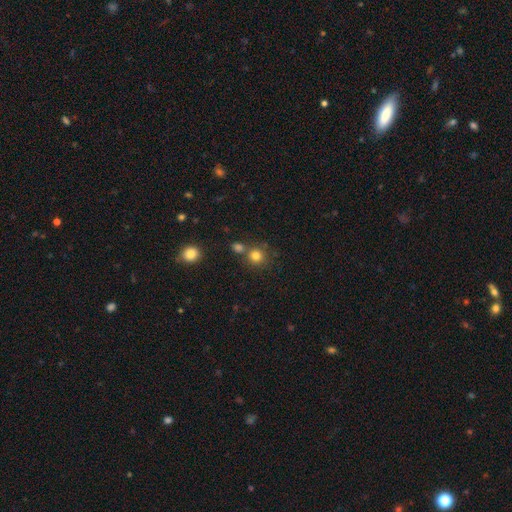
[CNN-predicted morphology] Smooth or featured? Predicted: smooth (p=0.80). How rounded? Predicted: round (p=0.89). Merging? Predicted: none (p=0.67).